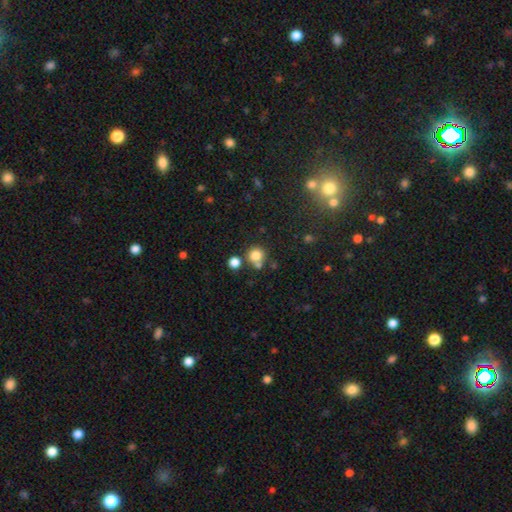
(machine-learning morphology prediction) A smooth galaxy with no disk features (80%) that is round (90%). Merging: none (64%).